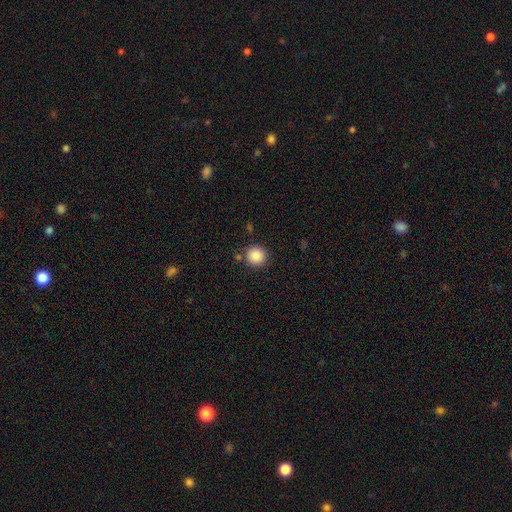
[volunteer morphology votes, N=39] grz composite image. It shows a smooth galaxy with no disk features (92%) that is round (94%). Merging: none (85%).